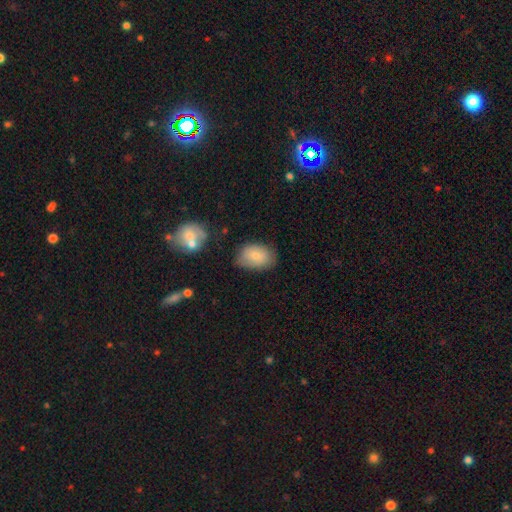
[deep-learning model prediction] This appears to be a smooth galaxy with no disk features (79%) that is in between round and cigar-shaped (83%). Merging: none (67%).